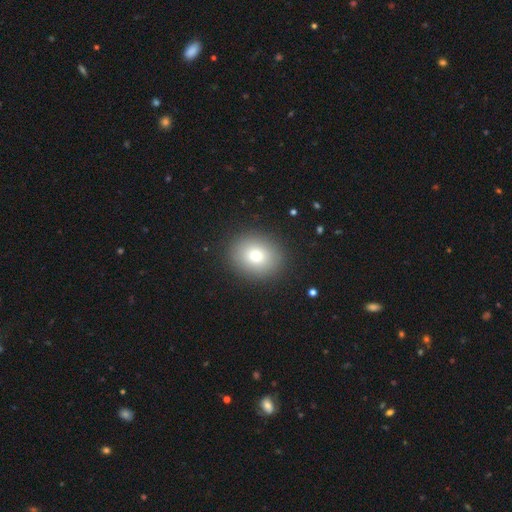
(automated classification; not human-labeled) This is likely a smooth galaxy (78%). How rounded: likely round (68%). Merging: clearly none (91%).